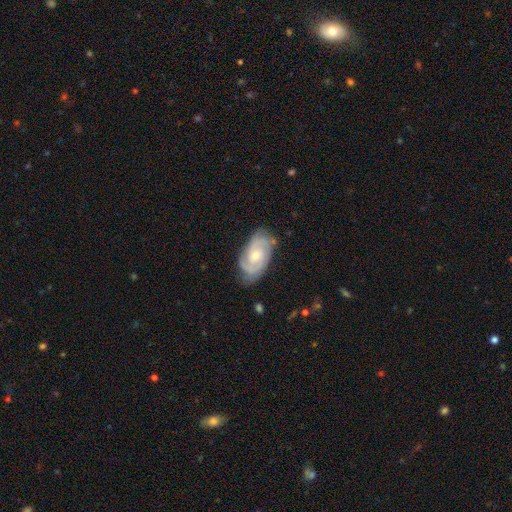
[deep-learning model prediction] featured or disk 81%, smooth 14%, star or artifact 5%. Down the decision tree: edge-on disk — no (96%); bar — no (63%); spiral arms — yes (96%); spiral arm count — 2 (61%); spiral winding — tight (57%); bulge size — moderate (48%); merging — none (76%).